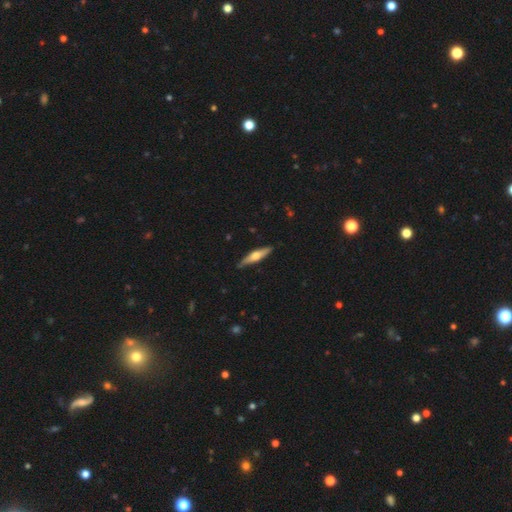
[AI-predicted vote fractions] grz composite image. It shows a featured or disk galaxy (56%) viewed edge-on (94%) with a rounded central bulge (91%). Merging: none (86%).